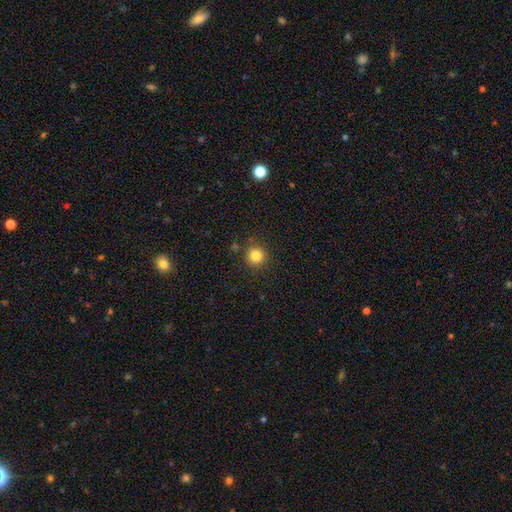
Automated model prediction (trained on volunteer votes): This appears to be a smooth galaxy with no disk features (83%) that is round (94%). Merging: none (88%).